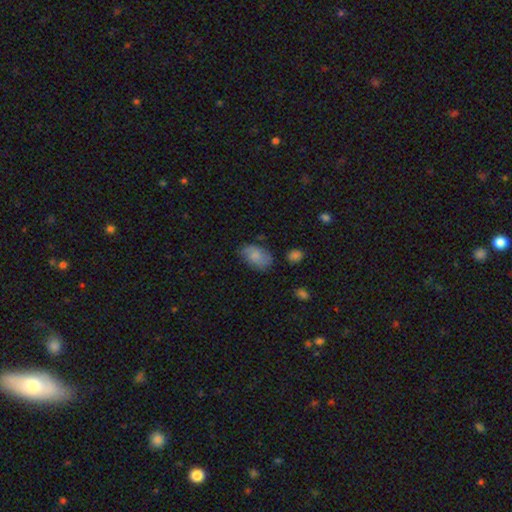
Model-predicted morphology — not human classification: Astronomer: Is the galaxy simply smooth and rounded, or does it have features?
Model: smooth — 81%.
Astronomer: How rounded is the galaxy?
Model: in between — 91%.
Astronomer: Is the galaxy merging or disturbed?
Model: none — 66%.